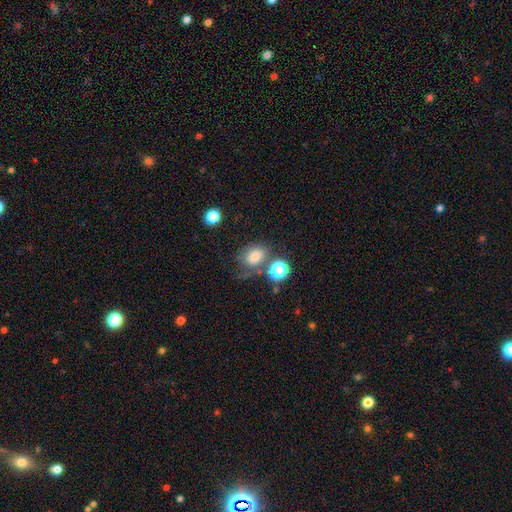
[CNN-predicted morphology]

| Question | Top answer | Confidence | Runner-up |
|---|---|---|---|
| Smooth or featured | smooth | 74% | star or artifact (14%) |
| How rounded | in between | 62% | round (37%) |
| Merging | none | 47% | minor disturbance (21%) |